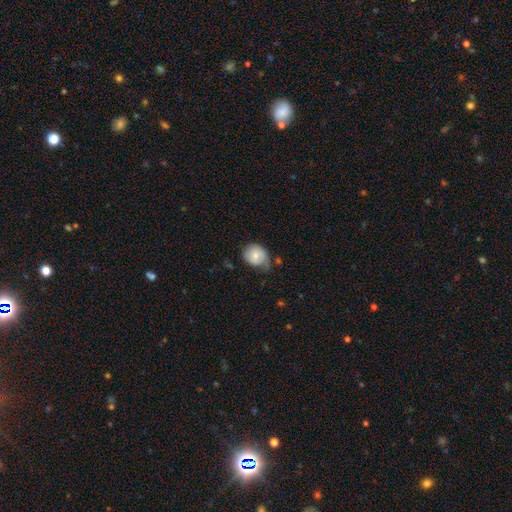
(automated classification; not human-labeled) smooth_or_featured: smooth (p=0.68) [alt: featured or disk p=0.25]
how_rounded: round (p=0.63) [alt: in between p=0.36]
merging: none (p=0.43) [alt: minor disturbance p=0.38]